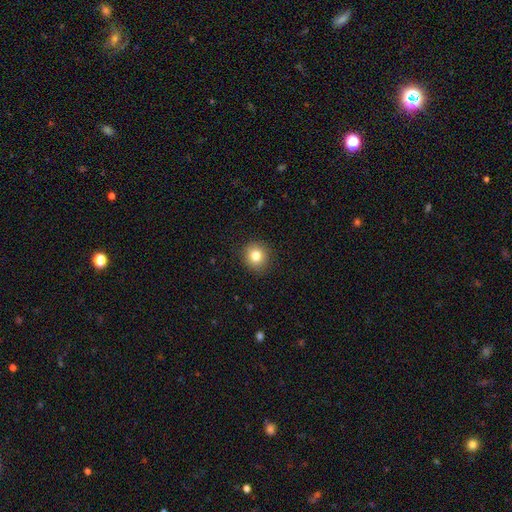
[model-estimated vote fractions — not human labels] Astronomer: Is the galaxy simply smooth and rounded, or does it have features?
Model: smooth — 81%.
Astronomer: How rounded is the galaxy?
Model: round — 86%.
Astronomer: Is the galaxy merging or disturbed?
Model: none — 90%.